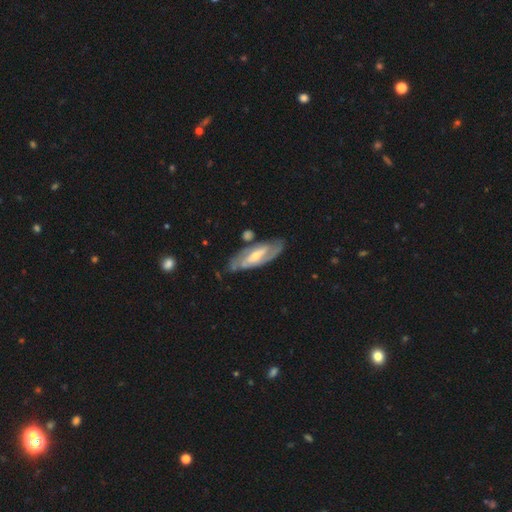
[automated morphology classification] A featured or disk galaxy (82%) with a strong bar (42%), 2 (79%) tight (45%) spiral arms (91%) and a small central bulge (53%).

Vote fractions:
- Smooth or featured? featured or disk: 82% / smooth: 13% / star or artifact: 5%
- Edge-on disk? no: 89% / yes: 11%
- Bar? strong: 42% / weak: 37% / no: 21%
- Spiral arms? yes: 91% / no: 9%
- Spiral winding? tight: 45% / medium: 43% / loose: 13%
- Spiral arm count? 2: 79% / can't tell: 12% / 3: 4% / 1: 2% / 4: 1% / more than 4: 1%
- Bulge size? small: 53% / moderate: 42% / large: 2% / none: 2% / dominant: 1%
- Merging? none: 75% / minor disturbance: 16% / major disturbance: 5% / merger: 4%